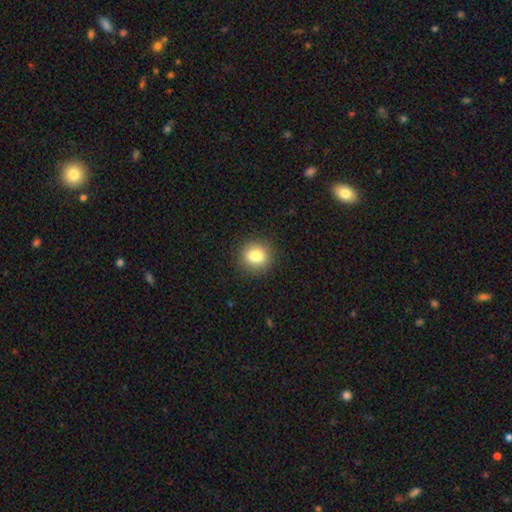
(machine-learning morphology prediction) This is clearly a smooth galaxy (82%). How rounded: likely round (75%). Merging: clearly none (88%).